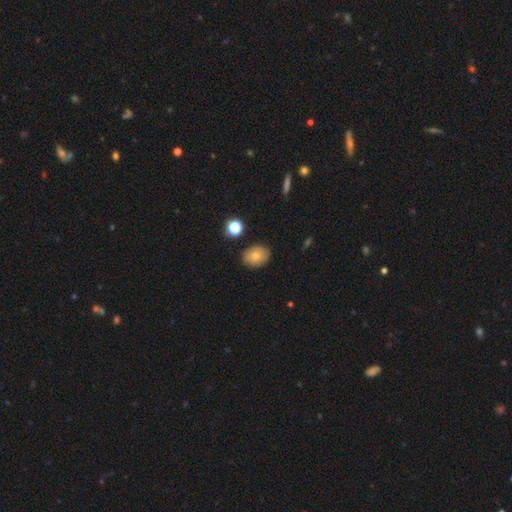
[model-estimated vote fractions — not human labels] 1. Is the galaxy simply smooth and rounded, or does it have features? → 71% smooth, 19% featured or disk, 11% star or artifact.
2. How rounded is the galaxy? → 58% in between, 41% round, 1% cigar-shaped.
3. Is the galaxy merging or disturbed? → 81% none, 14% minor disturbance, 3% major disturbance, 2% merger.